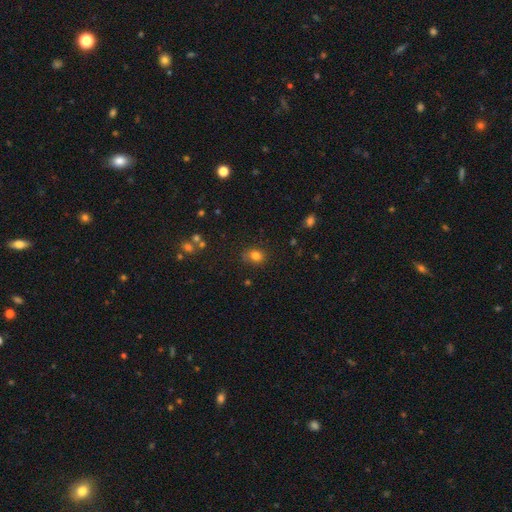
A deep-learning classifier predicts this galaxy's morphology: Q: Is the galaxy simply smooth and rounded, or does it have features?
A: smooth — 80%.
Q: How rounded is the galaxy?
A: round — 56%.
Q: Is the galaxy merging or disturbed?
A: none — 76%.